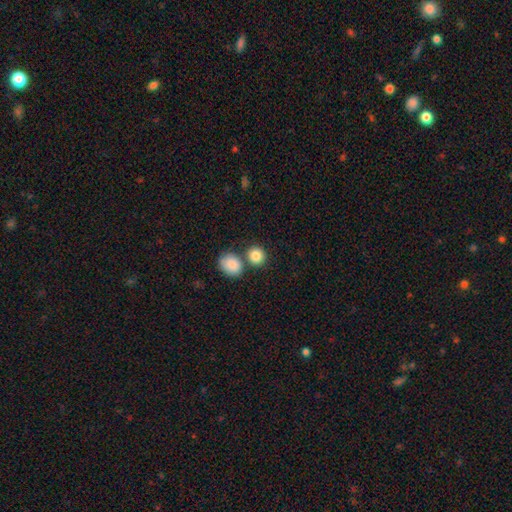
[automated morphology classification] Smooth or featured: smooth — 86% (star or artifact — 8%)
How rounded: round — 81% (in between — 18%)
Merging: none — 65% (merger — 24%)